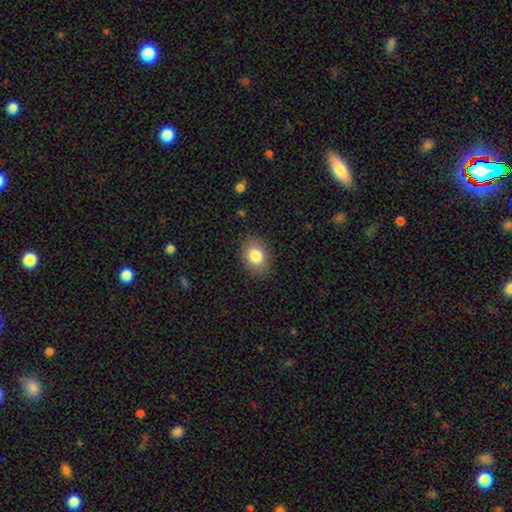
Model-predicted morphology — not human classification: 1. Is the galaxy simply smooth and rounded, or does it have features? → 83% smooth, 9% featured or disk, 8% star or artifact.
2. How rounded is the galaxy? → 74% in between, 25% round, 1% cigar-shaped.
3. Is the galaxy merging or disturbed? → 86% none, 10% minor disturbance, 3% major disturbance, 1% merger.